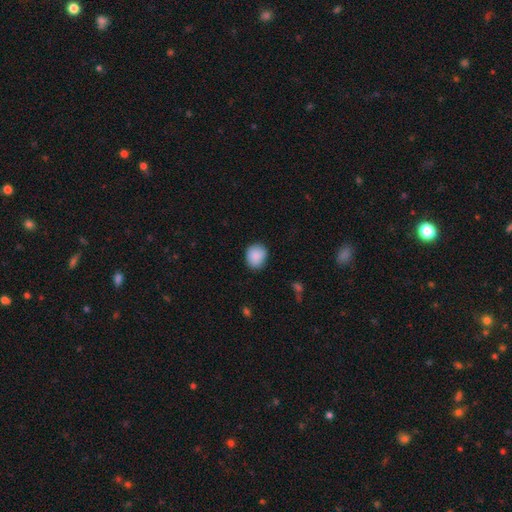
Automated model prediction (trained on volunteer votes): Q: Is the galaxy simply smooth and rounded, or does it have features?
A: smooth — 89%.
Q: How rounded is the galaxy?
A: round — 63%.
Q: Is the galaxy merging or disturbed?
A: none — 80%.